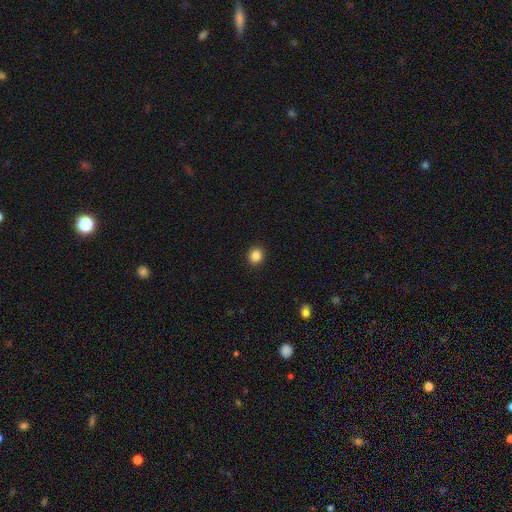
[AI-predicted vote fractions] Smooth or featured? smooth (86%)
How rounded? round (89%)
Merging? none (93%)